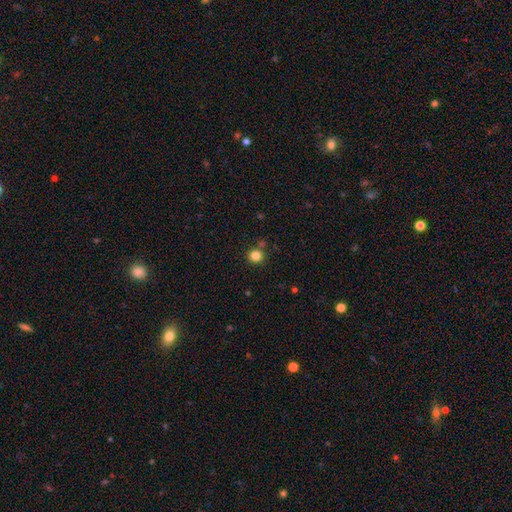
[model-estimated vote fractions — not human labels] This appears to be a smooth galaxy with no disk features (83%) that is round (92%). Merging: none (82%).